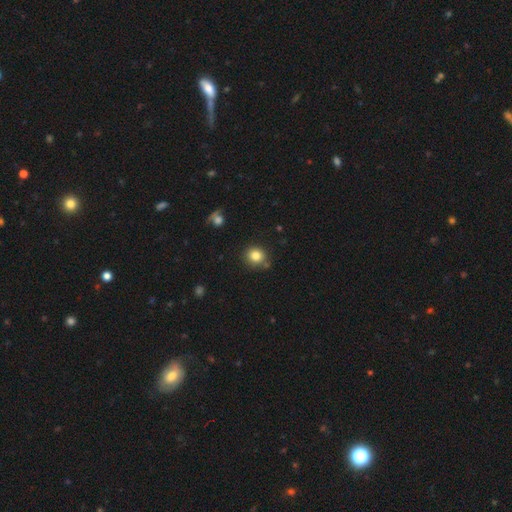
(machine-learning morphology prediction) smooth_or_featured: smooth (p=0.83) [alt: star or artifact p=0.11]
how_rounded: round (p=0.84) [alt: in between p=0.15]
merging: none (p=0.79) [alt: minor disturbance p=0.12]